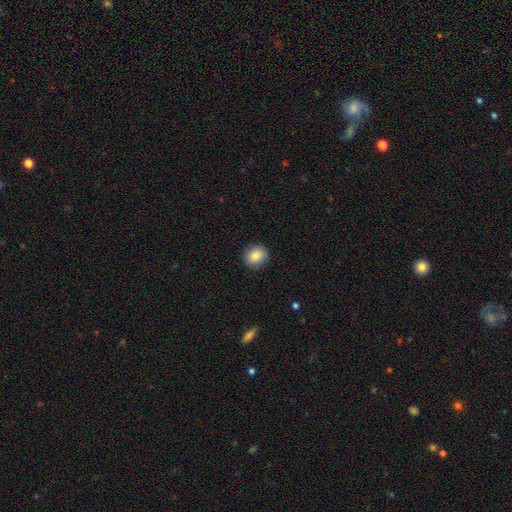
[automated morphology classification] smooth-or-featured: smooth: 85% | star or artifact: 9% | featured or disk: 7%
  how-rounded: round: 74% | in between: 25% | cigar-shaped: 1%
  merging: none: 89% | minor disturbance: 8% | major disturbance: 2% | merger: 1%